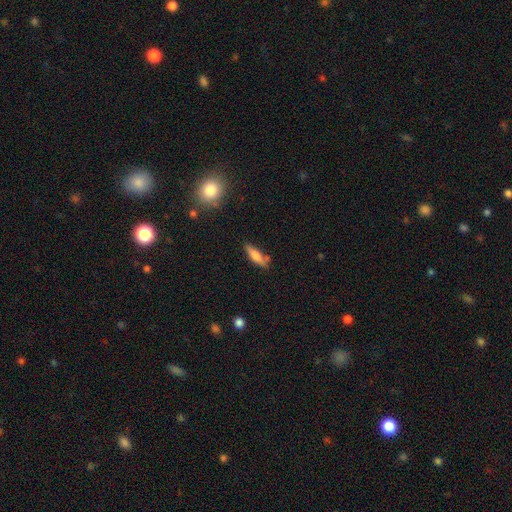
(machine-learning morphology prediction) Smooth or featured: smooth — 67% (featured or disk — 26%)
How rounded: cigar-shaped — 61% (in between — 37%)
Merging: none — 67% (minor disturbance — 20%)